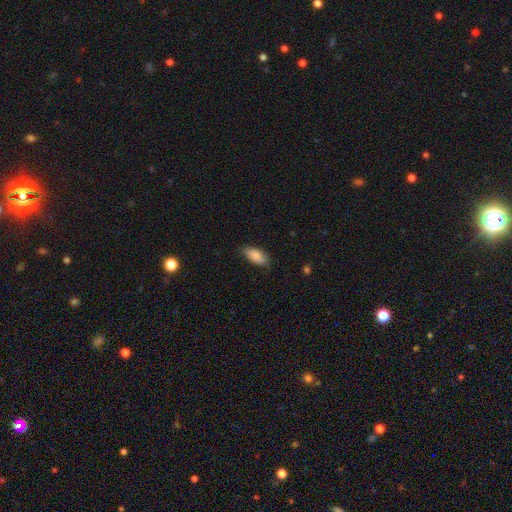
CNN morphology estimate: Overall: smooth (86%). How rounded: in between (87%). Merging: none (79%).